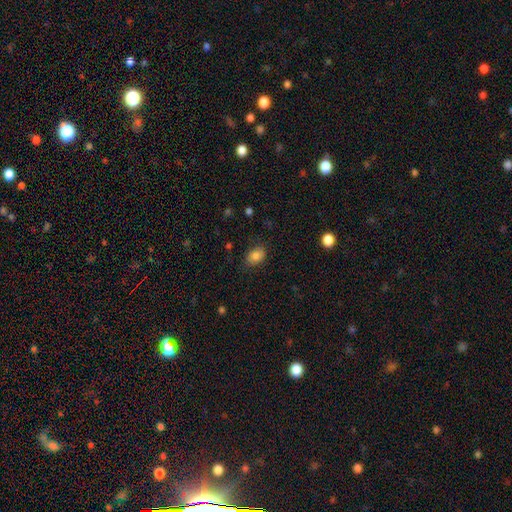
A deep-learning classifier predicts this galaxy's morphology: smooth-or-featured: smooth: 84% | star or artifact: 9% | featured or disk: 7%
  how-rounded: in between: 78% | round: 20% | cigar-shaped: 1%
  merging: none: 77% | minor disturbance: 17% | major disturbance: 4% | merger: 1%